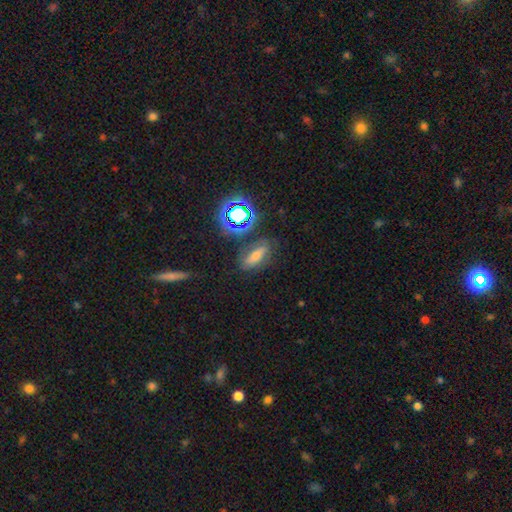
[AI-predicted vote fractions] Q: Smooth or featured?
A: smooth (52%); runner-up: star or artifact (25%)
Q: How rounded?
A: in between (58%); runner-up: cigar-shaped (30%)
Q: Merging?
A: none (71%); runner-up: minor disturbance (17%)